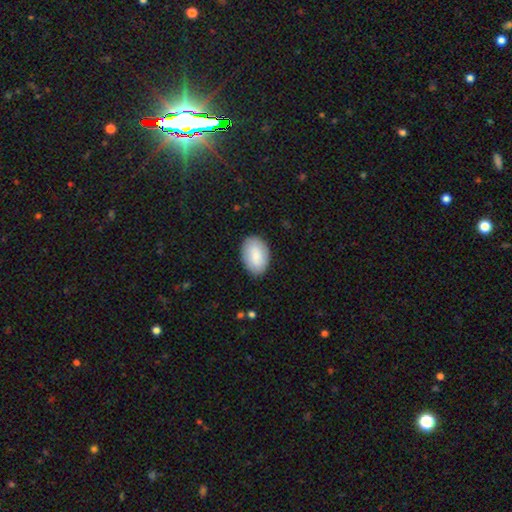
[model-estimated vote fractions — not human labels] Smooth or featured? smooth (85%)
How rounded? in between (91%)
Merging? none (86%)